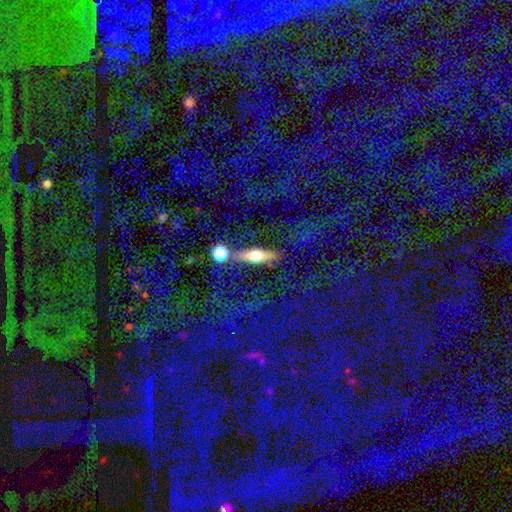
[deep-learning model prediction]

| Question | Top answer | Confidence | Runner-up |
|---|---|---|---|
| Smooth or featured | featured or disk | 51% | smooth (38%) |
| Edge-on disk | yes | 88% | no (12%) |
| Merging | none | 80% | minor disturbance (11%) |